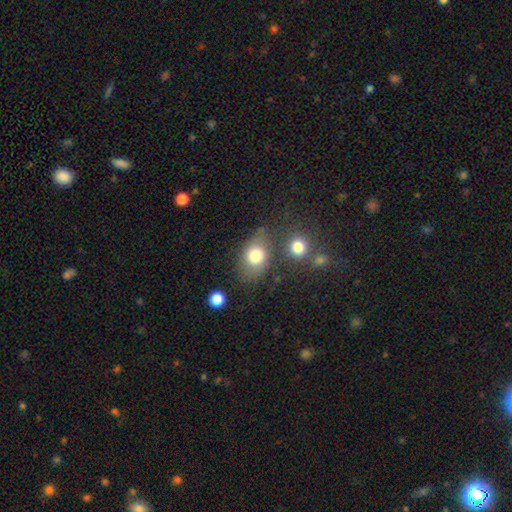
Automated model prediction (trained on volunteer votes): Overall: smooth (77%). How rounded: in between (59%; round 40%). Merging: none (57%; minor disturbance 19%).